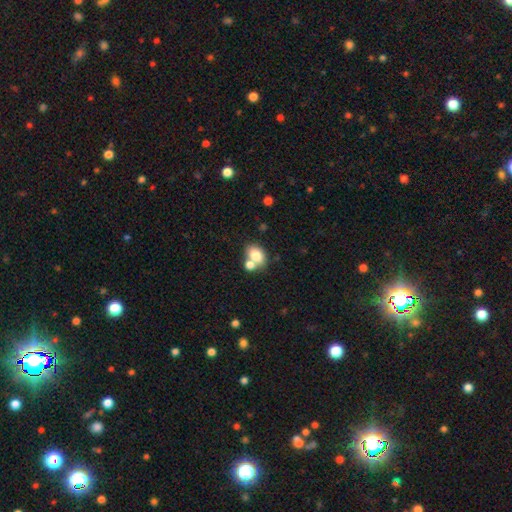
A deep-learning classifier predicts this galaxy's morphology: This appears to be a smooth galaxy with no disk features (77%) that is in between round and cigar-shaped (70%). Merging: merger (43%).